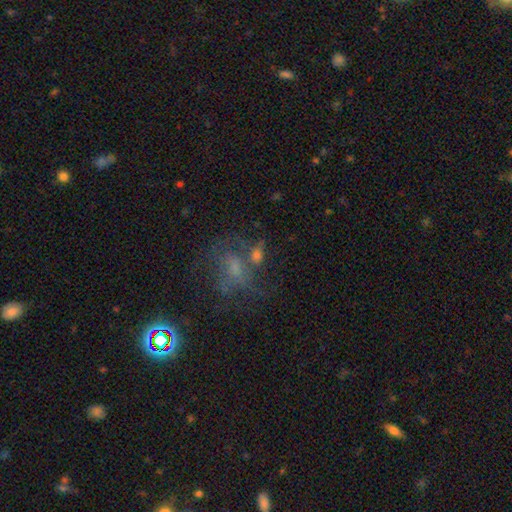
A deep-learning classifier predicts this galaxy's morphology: Smooth or featured? featured or disk (44%)
Merging? none (42%)